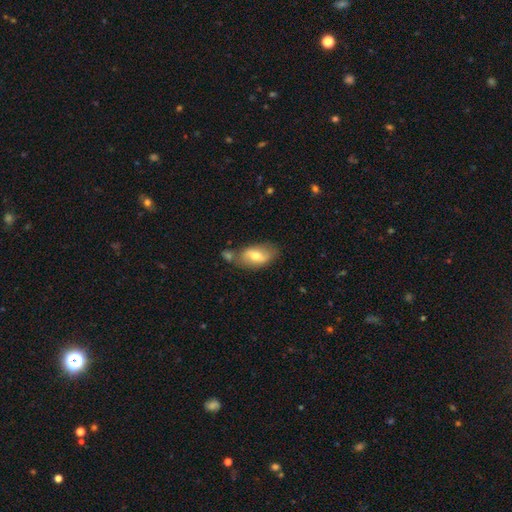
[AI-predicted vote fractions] A smooth galaxy with no disk features (56%) that is in between round and cigar-shaped (91%).

Vote fractions:
- Smooth or featured? smooth: 56% / featured or disk: 38% / star or artifact: 7%
- How rounded? in between: 91% / round: 5% / cigar-shaped: 4%
- Merging? none: 61% / minor disturbance: 19% / merger: 14% / major disturbance: 5%